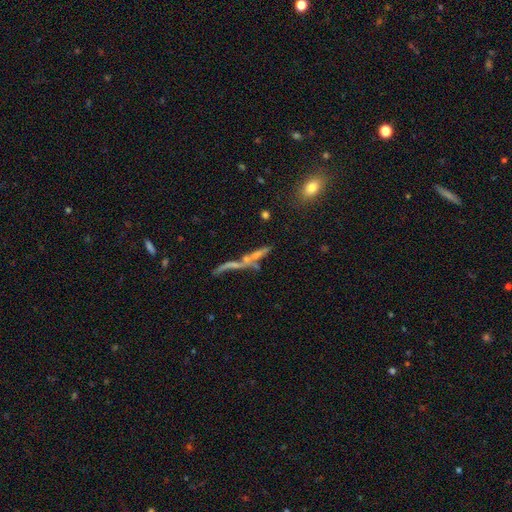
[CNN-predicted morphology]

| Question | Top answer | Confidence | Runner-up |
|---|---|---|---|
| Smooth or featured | featured or disk | 53% | smooth (30%) |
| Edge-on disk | yes | 65% | no (35%) |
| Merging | none | 39% | merger (34%) |